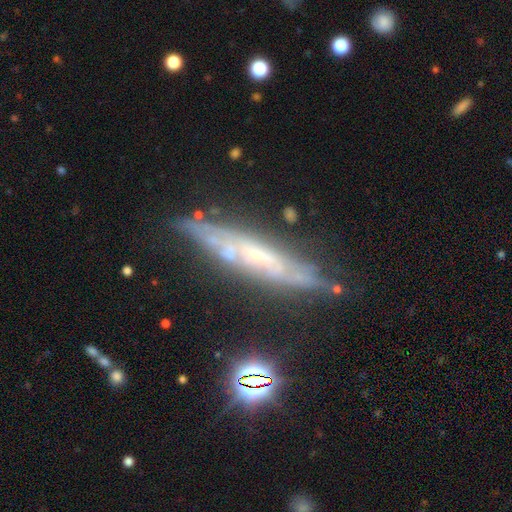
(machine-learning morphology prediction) Smooth or featured?
  - featured or disk: 73% *
  - smooth: 18%
  - star or artifact: 9%
Edge-on disk?
  - yes: 62% *
  - no: 38%
Merging?
  - none: 71% *
  - minor disturbance: 19%
  - major disturbance: 6%
  - merger: 4%